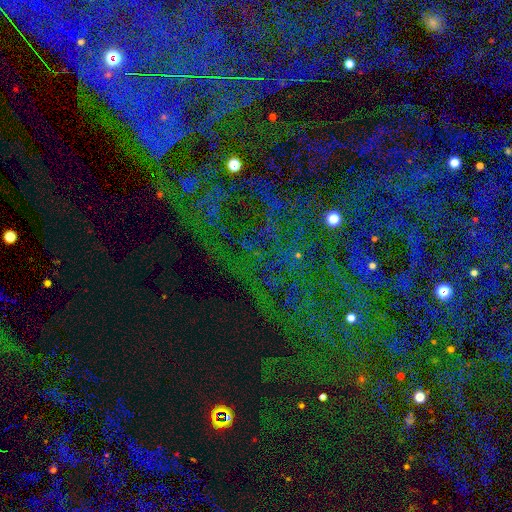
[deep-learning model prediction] smooth-or-featured: star or artifact: 83% | smooth: 8% | featured or disk: 8%